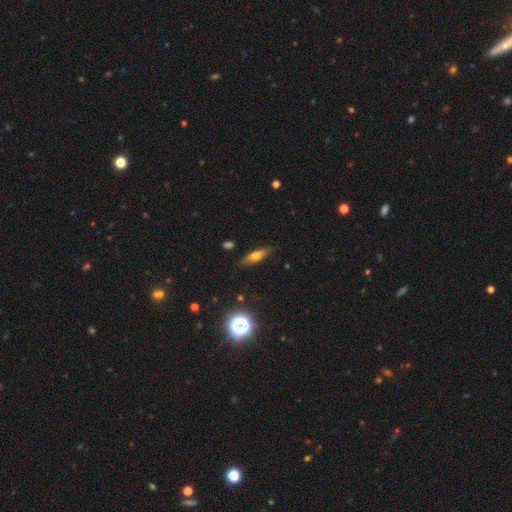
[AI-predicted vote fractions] A smooth galaxy with no disk features (60%) that is cigar-shaped (49%). Merging: none (86%).